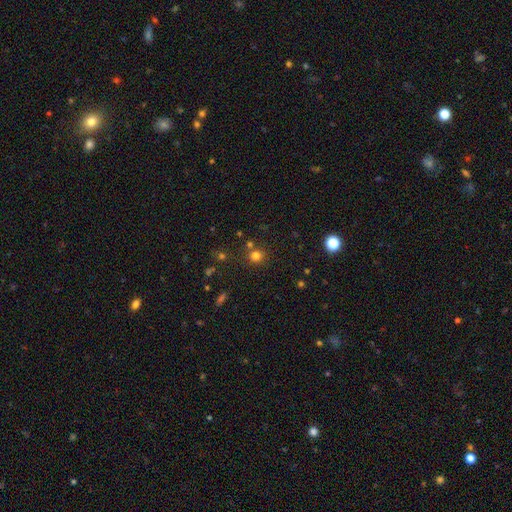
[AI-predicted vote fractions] This is likely a smooth galaxy (75%). How rounded: clearly round (90%). Merging: likely none (76%).